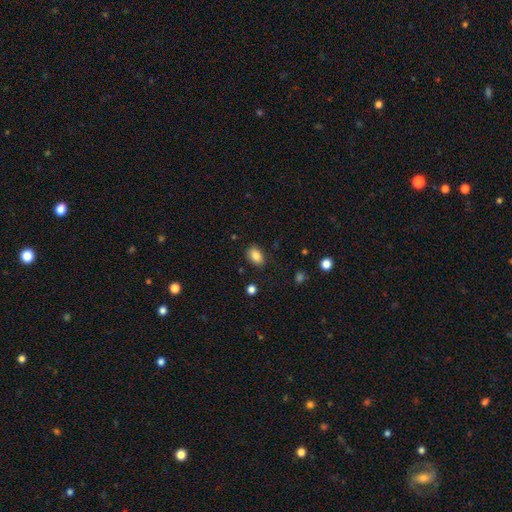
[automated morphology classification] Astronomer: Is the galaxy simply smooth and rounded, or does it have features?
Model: smooth — 86%.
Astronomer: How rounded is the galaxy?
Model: in between — 86%.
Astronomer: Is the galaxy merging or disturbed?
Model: none — 83%.